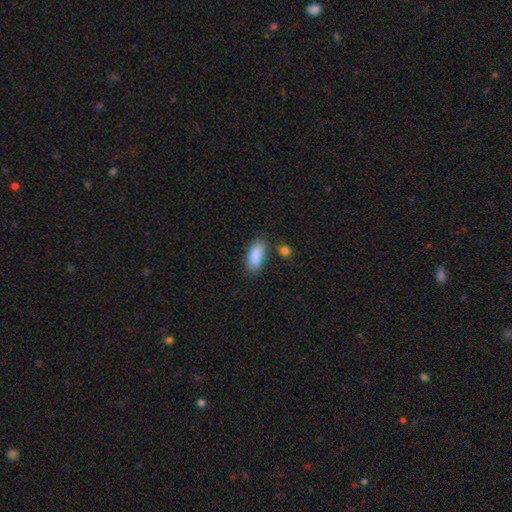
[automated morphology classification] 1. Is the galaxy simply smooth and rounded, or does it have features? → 89% smooth, 7% star or artifact, 5% featured or disk.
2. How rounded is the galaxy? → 85% in between, 13% cigar-shaped, 3% round.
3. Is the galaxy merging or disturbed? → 74% none, 17% minor disturbance, 6% merger, 4% major disturbance.